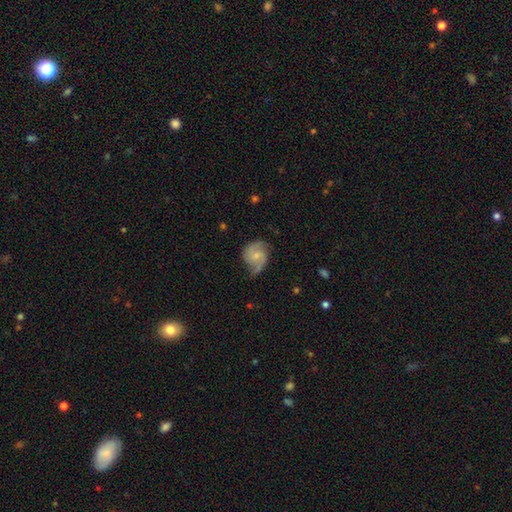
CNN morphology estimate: This appears to be a featured or disk galaxy (77%) with no bar (53%), 2 (84%) medium (50%) spiral arms (95%) and a small central bulge (59%). Merging: none (64%).